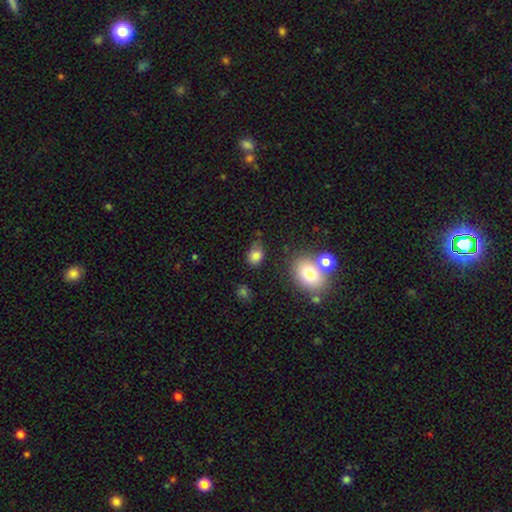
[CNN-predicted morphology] type=smooth (81%); roundness=in between (69%); merging=none (61%).